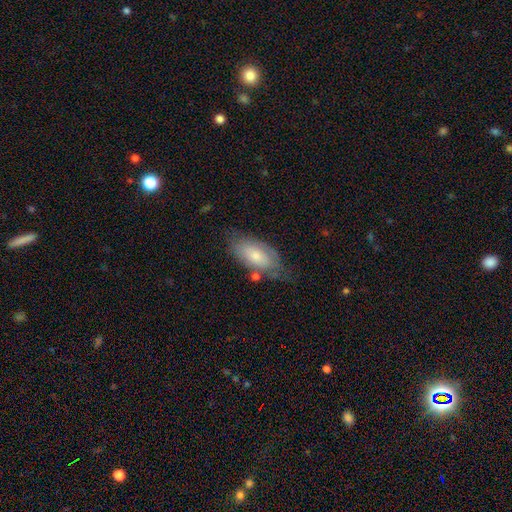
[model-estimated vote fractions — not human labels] This is likely a smooth galaxy (62%). How rounded: clearly in between (89%). Merging: possibly none (60%).